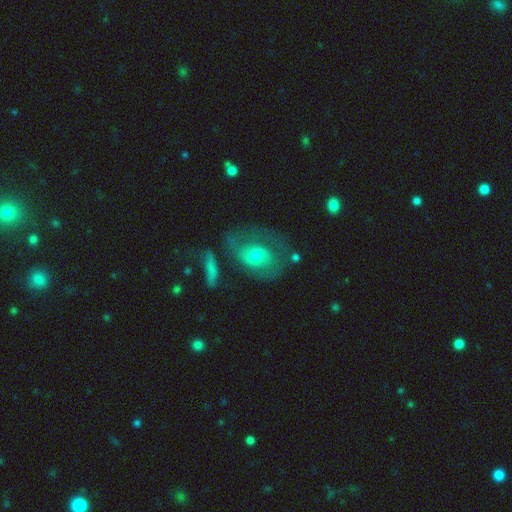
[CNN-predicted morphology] type=featured or disk (70%); edge-on=no (96%); bar=no (64%); spiral arms=yes (79%); winding=medium (42%); arm count=2 (51%); bulge=moderate (48%); merging=none (51%).